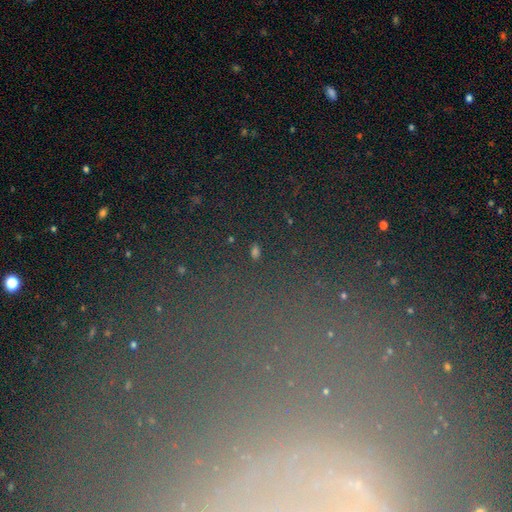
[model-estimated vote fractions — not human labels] Q: Smooth or featured?
A: star or artifact (74%); runner-up: smooth (15%)